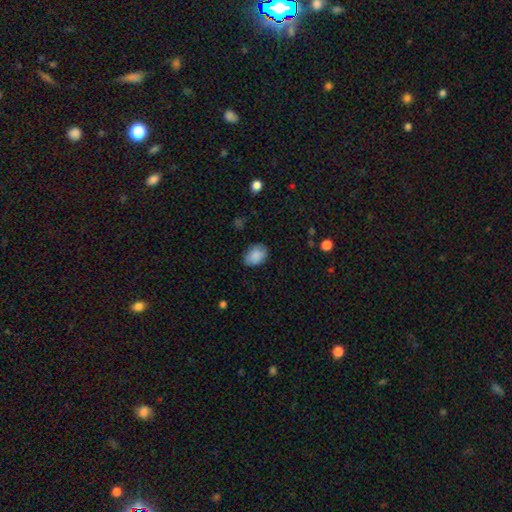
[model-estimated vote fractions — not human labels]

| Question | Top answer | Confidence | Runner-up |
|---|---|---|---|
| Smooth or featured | smooth | 88% | star or artifact (7%) |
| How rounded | in between | 77% | round (22%) |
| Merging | none | 76% | minor disturbance (19%) |